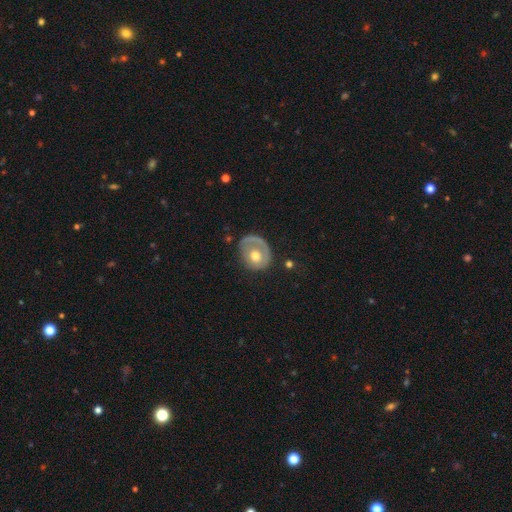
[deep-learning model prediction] Smooth or featured? featured or disk (52%)
Edge-on disk? no (96%)
Merging? none (45%)